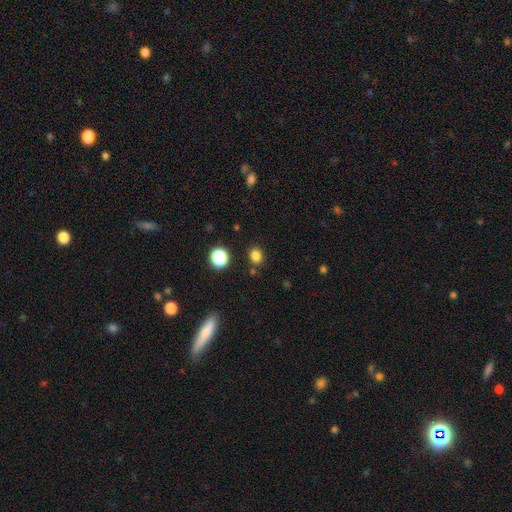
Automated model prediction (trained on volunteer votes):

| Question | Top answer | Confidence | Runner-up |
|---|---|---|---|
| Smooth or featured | smooth | 81% | star or artifact (15%) |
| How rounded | round | 64% | in between (35%) |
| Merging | none | 85% | minor disturbance (9%) |